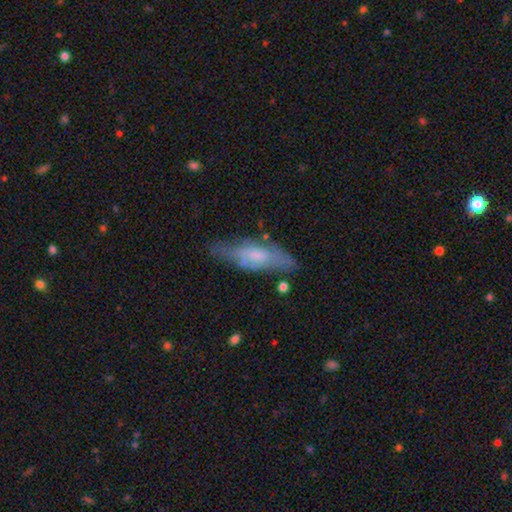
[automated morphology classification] This is possibly a smooth galaxy (52%). How rounded: possibly in between (51%). Merging: possibly none (59%).